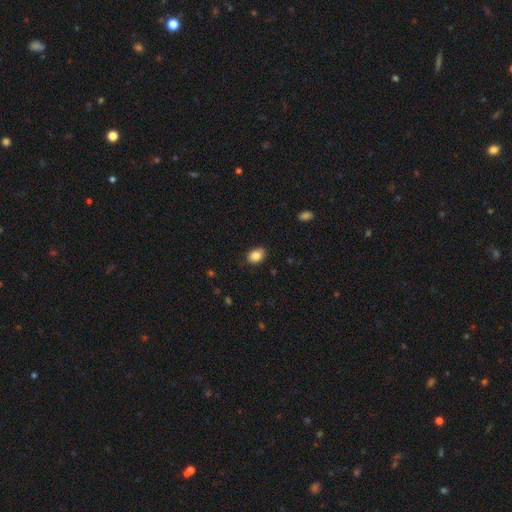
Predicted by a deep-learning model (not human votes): Smooth or featured? smooth (86%)
How rounded? in between (76%)
Merging? none (84%)